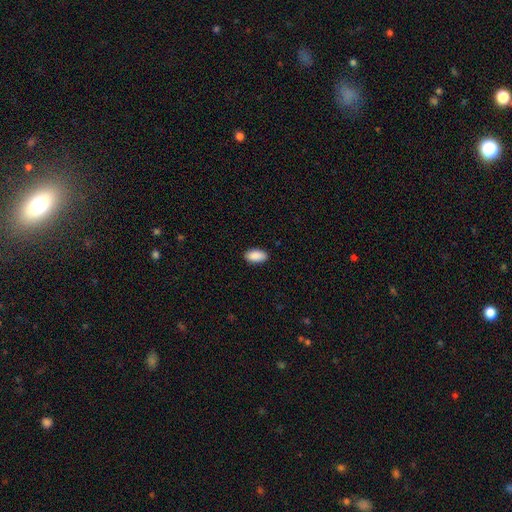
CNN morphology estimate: Q: Smooth or featured?
A: smooth (91%); runner-up: star or artifact (7%)
Q: How rounded?
A: in between (95%); runner-up: cigar-shaped (3%)
Q: Merging?
A: none (89%); runner-up: minor disturbance (8%)